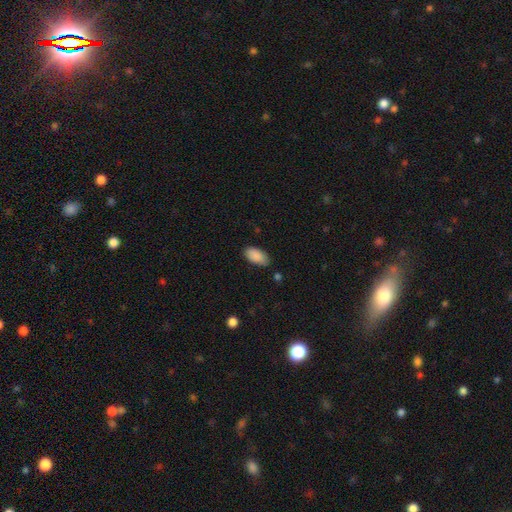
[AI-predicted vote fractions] This is clearly a smooth galaxy (89%). How rounded: clearly in between (94%). Merging: likely none (75%).